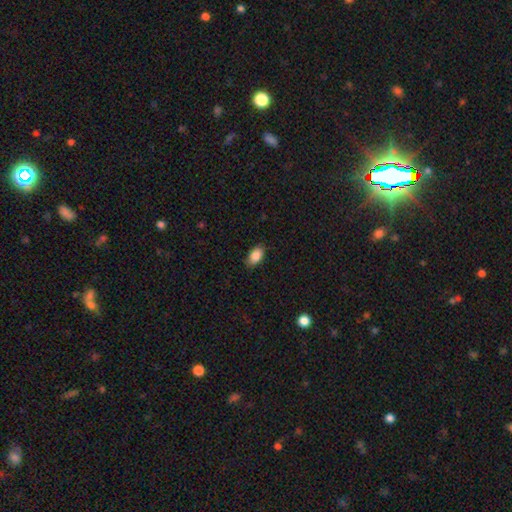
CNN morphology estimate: type=smooth (86%); roundness=in between (92%); merging=none (84%).